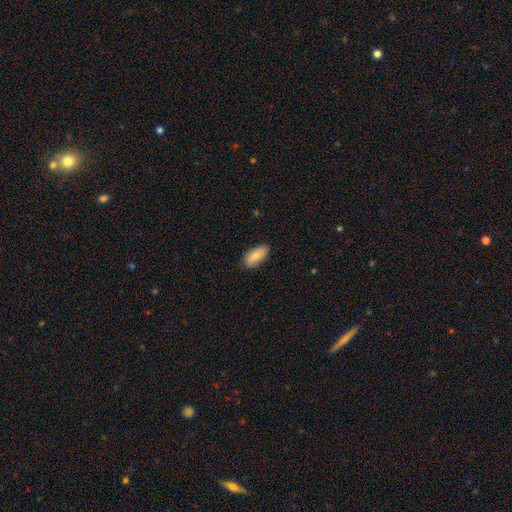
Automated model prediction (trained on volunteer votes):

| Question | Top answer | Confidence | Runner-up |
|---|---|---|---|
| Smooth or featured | smooth | 85% | featured or disk (8%) |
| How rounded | in between | 89% | cigar-shaped (8%) |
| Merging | none | 85% | minor disturbance (12%) |